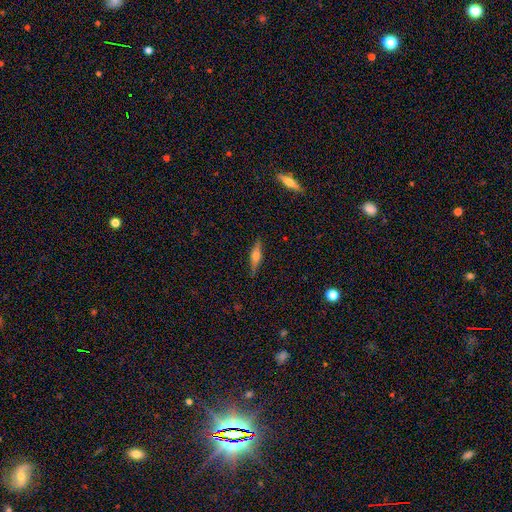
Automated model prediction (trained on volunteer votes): Morphology: type=featured or disk (61%); edge-on=yes (96%); edge-on bulge=rounded (85%); merging=none (86%).